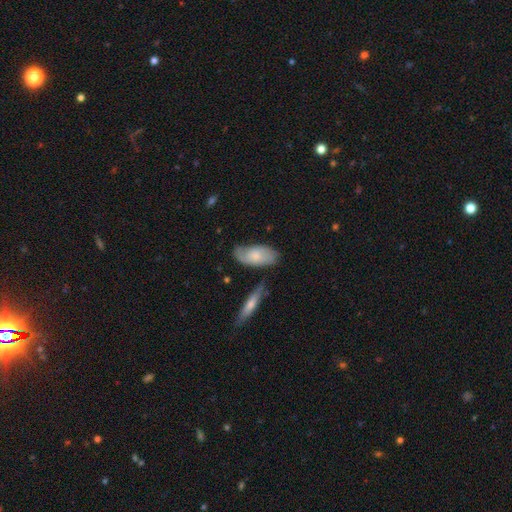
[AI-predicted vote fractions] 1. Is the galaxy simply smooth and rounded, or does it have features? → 53% smooth, 41% featured or disk, 6% star or artifact.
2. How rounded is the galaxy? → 90% in between, 7% cigar-shaped, 3% round.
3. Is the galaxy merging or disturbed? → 63% none, 25% minor disturbance, 7% major disturbance, 5% merger.